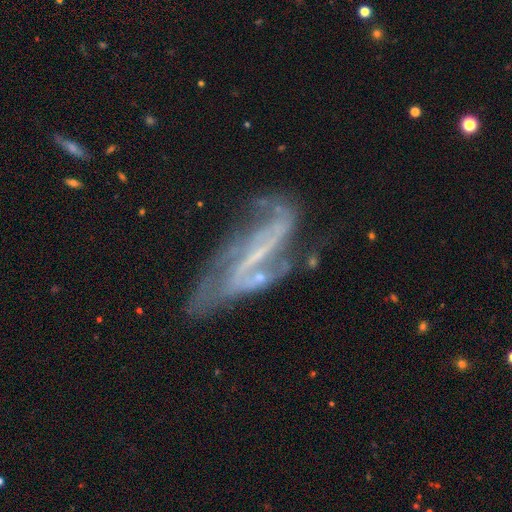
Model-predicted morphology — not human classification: type=featured or disk (82%); edge-on=no (87%); bar=strong (50%); spiral arms=yes (87%); winding=medium (39%); arm count=2 (57%); bulge=small (55%); merging=none (47%).